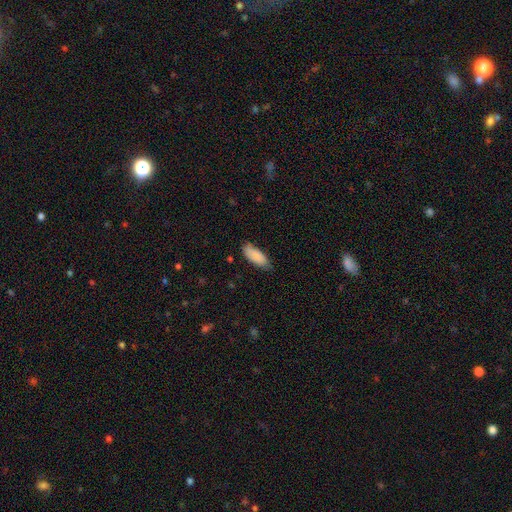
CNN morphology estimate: Q: Smooth or featured?
A: smooth (88%); runner-up: featured or disk (6%)
Q: How rounded?
A: in between (79%); runner-up: cigar-shaped (20%)
Q: Merging?
A: none (74%); runner-up: minor disturbance (21%)